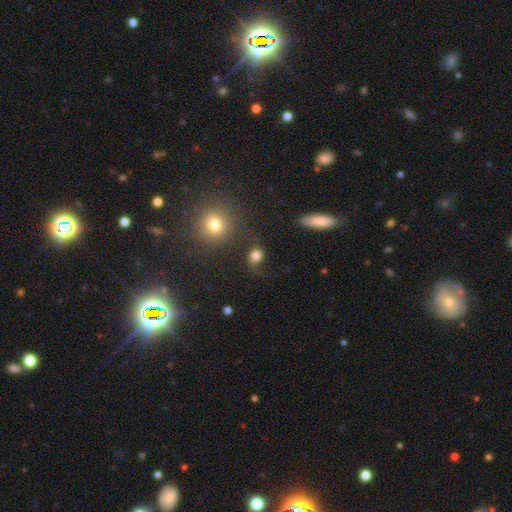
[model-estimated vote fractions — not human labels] The model was most divided on "how rounded": round: 57%, in between: 41%, cigar-shaped: 2%. More confident: smooth or featured — smooth (79%); merging — none (64%).